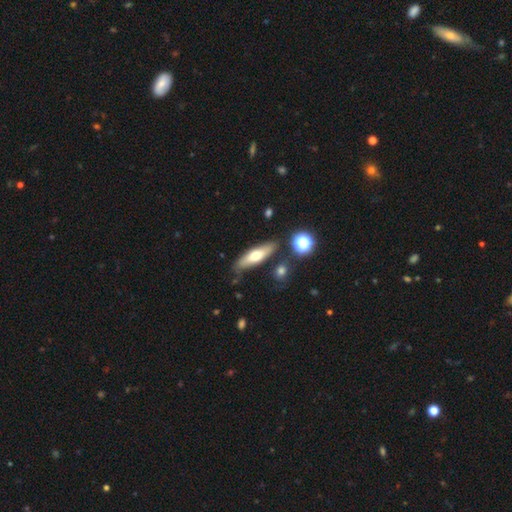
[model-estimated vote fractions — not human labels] Smooth or featured: smooth — 58% (featured or disk — 34%)
How rounded: cigar-shaped — 54% (in between — 43%)
Merging: none — 77% (minor disturbance — 14%)